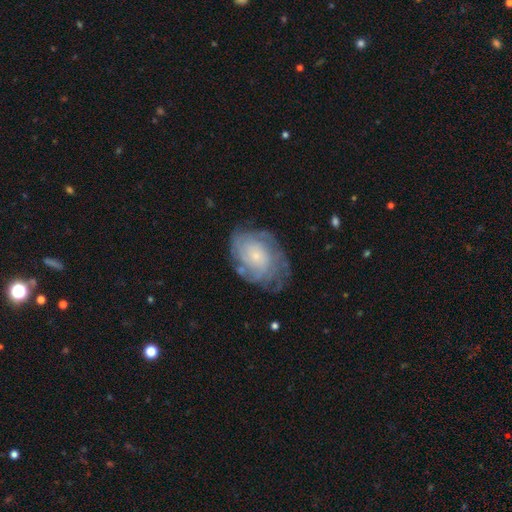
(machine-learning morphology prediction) Overall: featured or disk (72%). Edge-on disk: no (96%). Bar: no (80%). Spiral arms: yes (89%). Spiral arm count: can't tell (50%; 4 15%). Spiral winding: tight (68%). Bulge size: small (73%). Merging: none (69%).